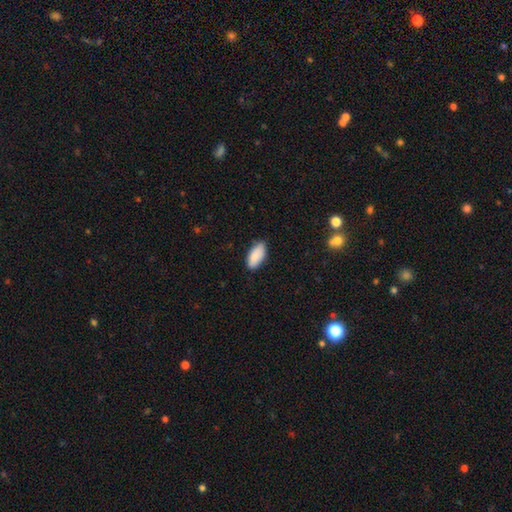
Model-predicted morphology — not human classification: Smooth or featured: smooth — 87% (featured or disk — 7%)
How rounded: in between — 92% (cigar-shaped — 6%)
Merging: none — 79% (minor disturbance — 17%)